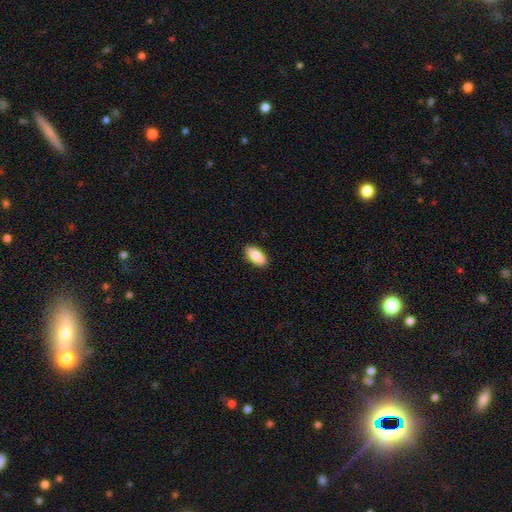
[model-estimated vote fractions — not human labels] Morphology: type=smooth (86%); roundness=in between (91%); merging=none (89%).